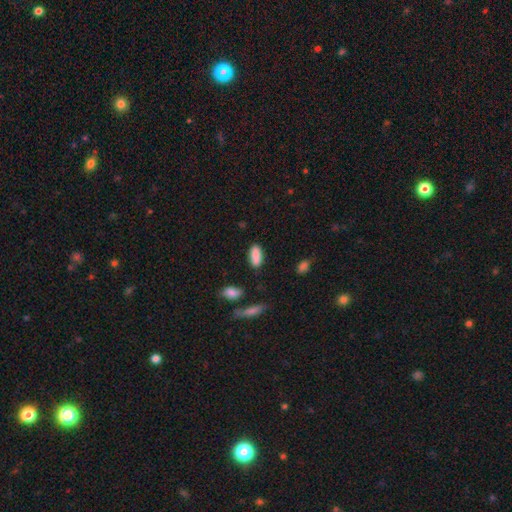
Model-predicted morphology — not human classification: type=smooth (88%); roundness=in between (83%); merging=none (83%).